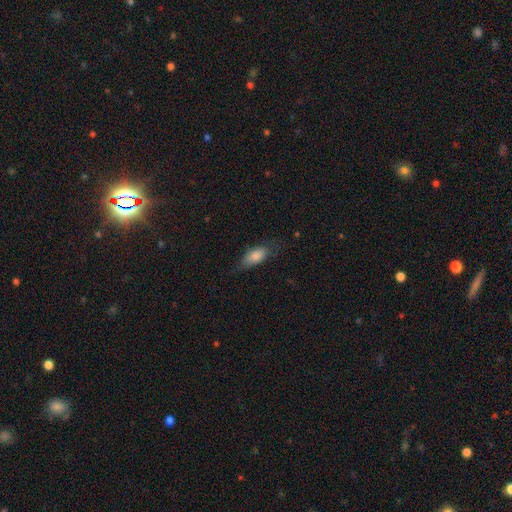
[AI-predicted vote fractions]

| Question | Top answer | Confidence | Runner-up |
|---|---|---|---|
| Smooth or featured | smooth | 80% | featured or disk (13%) |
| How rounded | in between | 82% | cigar-shaped (15%) |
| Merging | none | 62% | minor disturbance (26%) |